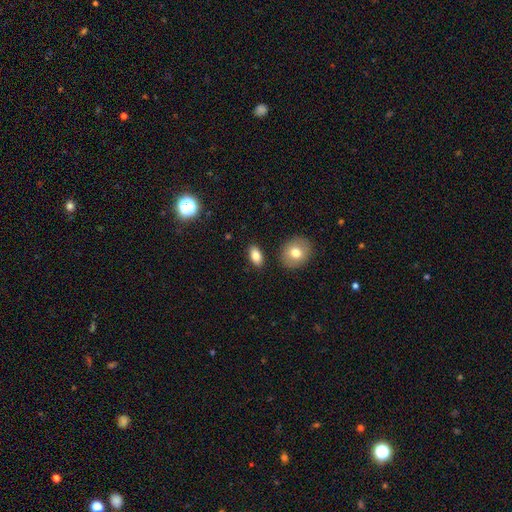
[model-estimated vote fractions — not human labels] smooth-or-featured: smooth: 82% | featured or disk: 10% | star or artifact: 9%
  how-rounded: in between: 89% | round: 7% | cigar-shaped: 3%
  merging: none: 86% | minor disturbance: 9% | merger: 3% | major disturbance: 2%